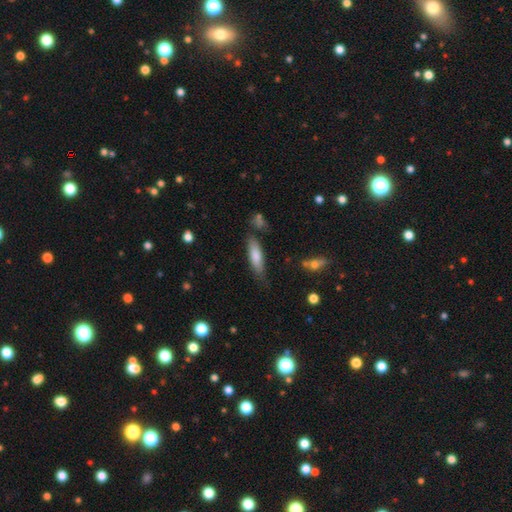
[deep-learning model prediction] A smooth galaxy with no disk features (78%) that is cigar-shaped (57%). Merging: none (72%).